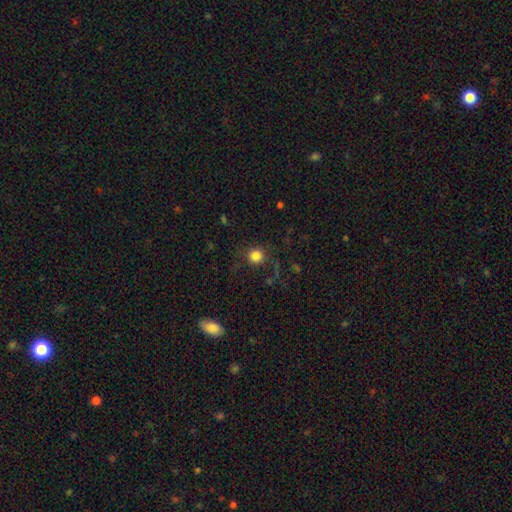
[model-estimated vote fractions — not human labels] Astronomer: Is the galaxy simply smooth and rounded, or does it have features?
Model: smooth — 80%.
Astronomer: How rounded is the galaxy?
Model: round — 92%.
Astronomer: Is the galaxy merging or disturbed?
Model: none — 78%.